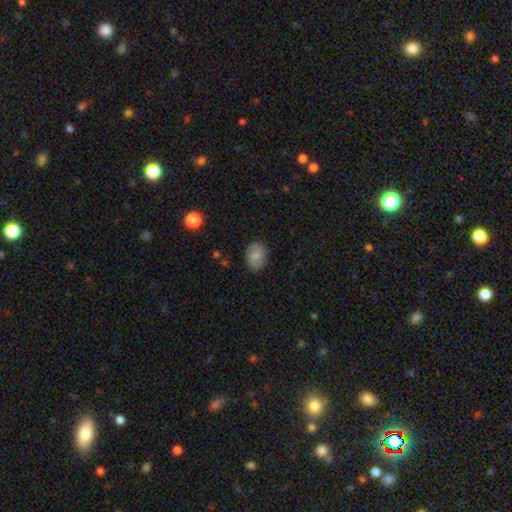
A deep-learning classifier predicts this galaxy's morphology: This appears to be a smooth galaxy with no disk features (81%) that is in between round and cigar-shaped (63%). Merging: none (85%).